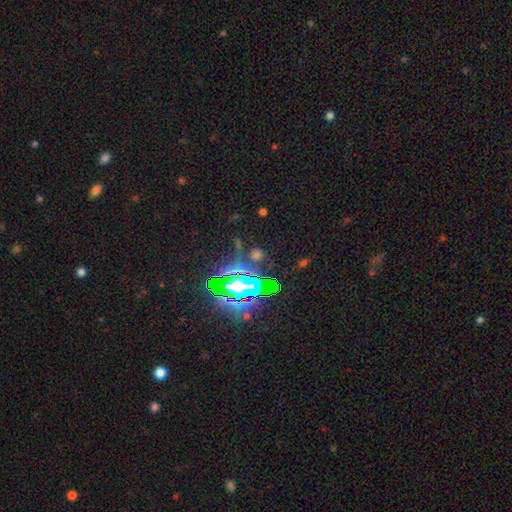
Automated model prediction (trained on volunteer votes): Smooth or featured? Predicted: star or artifact (p=0.59).